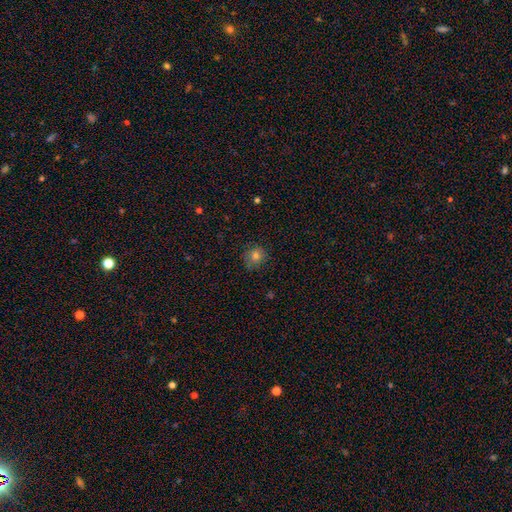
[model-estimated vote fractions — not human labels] smooth-or-featured: smooth: 77% | star or artifact: 14% | featured or disk: 9%
  how-rounded: round: 86% | in between: 13% | cigar-shaped: 1%
  merging: none: 80% | minor disturbance: 15% | major disturbance: 4% | merger: 1%